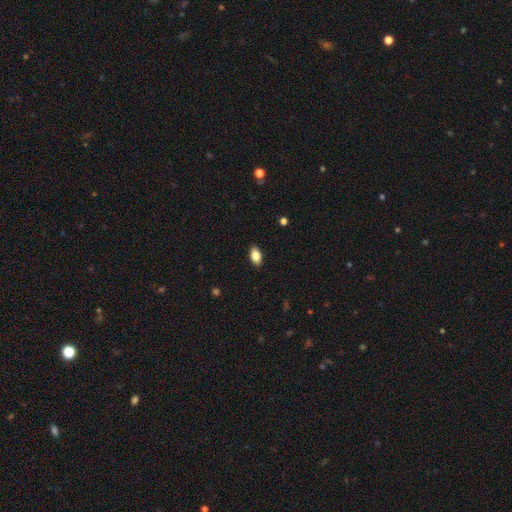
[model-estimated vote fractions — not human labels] smooth 84%, featured or disk 8%, star or artifact 8%. Down the decision tree: how rounded — in between (90%); merging — none (89%).